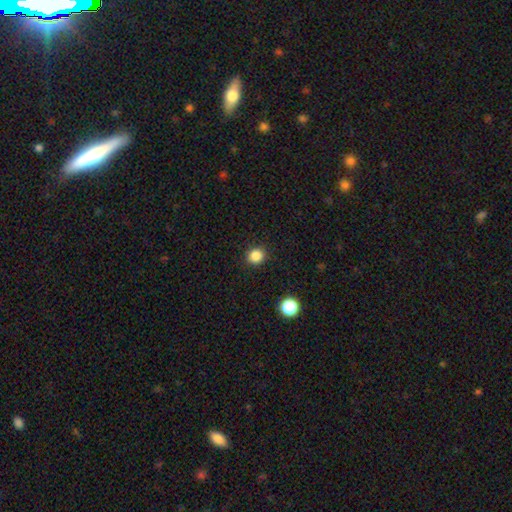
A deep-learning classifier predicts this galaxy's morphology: Smooth or featured? smooth (85%)
How rounded? round (84%)
Merging? none (91%)